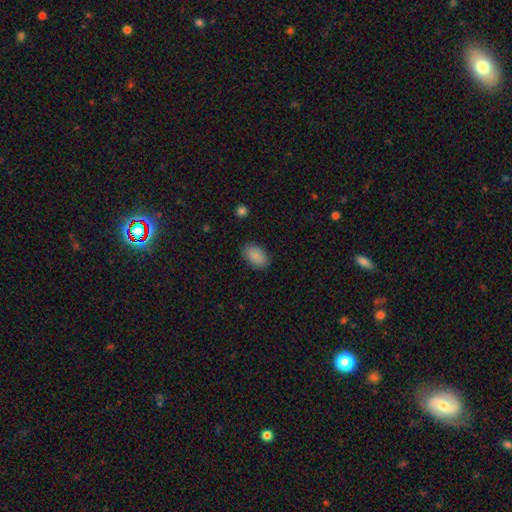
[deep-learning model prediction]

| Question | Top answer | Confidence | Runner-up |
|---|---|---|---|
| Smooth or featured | smooth | 89% | star or artifact (7%) |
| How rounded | in between | 91% | round (7%) |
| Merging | none | 88% | minor disturbance (9%) |